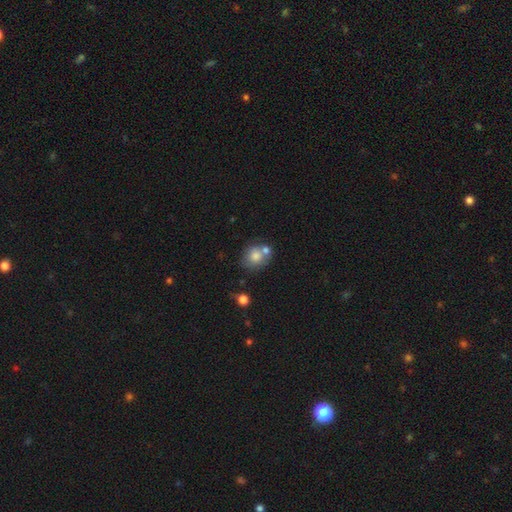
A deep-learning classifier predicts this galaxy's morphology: smooth 77%, featured or disk 14%, star or artifact 9%. Down the decision tree: how rounded — round (72%); merging — none (49%).